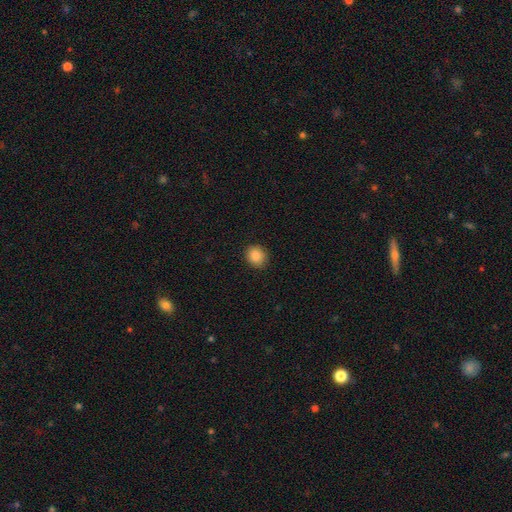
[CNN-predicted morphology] Smooth or featured? smooth (88%)
How rounded? round (74%)
Merging? none (89%)